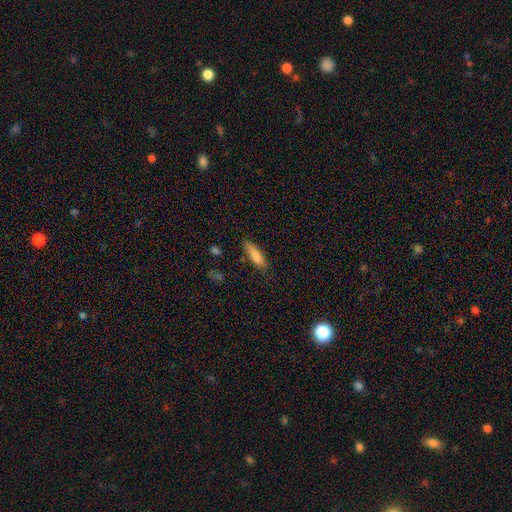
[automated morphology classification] A smooth galaxy with no disk features (82%) that is cigar-shaped (64%).

Vote fractions:
- Smooth or featured? smooth: 82% / featured or disk: 11% / star or artifact: 7%
- How rounded? cigar-shaped: 64% / in between: 34% / round: 2%
- Merging? none: 78% / minor disturbance: 16% / major disturbance: 4% / merger: 2%